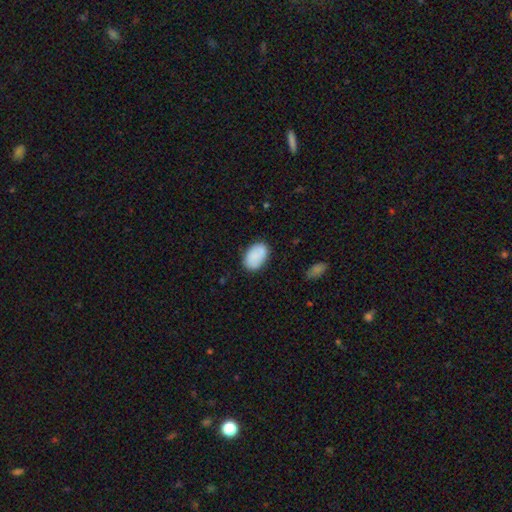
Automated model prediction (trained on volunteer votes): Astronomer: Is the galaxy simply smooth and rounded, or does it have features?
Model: smooth — 83%.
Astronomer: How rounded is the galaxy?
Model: in between — 90%.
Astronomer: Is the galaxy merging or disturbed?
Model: none — 82%.